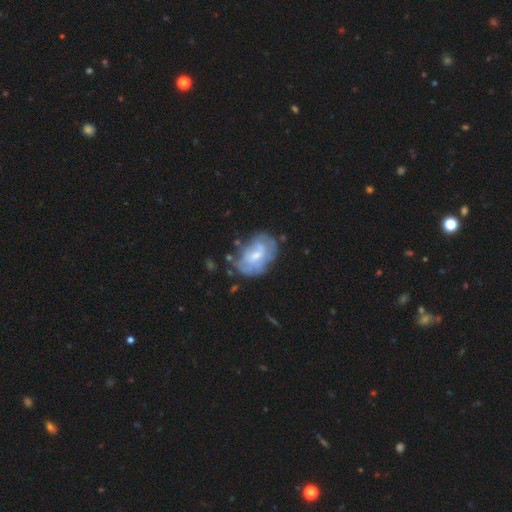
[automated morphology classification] The model was most divided on "spiral arms": yes: 53%, no: 47%. Remaining: edge-on disk — no (96%); smooth or featured — featured or disk (60%); bar — no (51%); merging — none (50%); bulge size — small (49%).